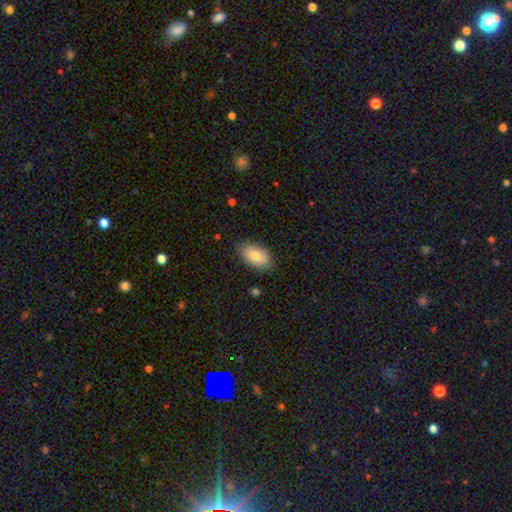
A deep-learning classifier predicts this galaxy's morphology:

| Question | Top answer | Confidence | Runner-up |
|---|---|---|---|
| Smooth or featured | smooth | 82% | featured or disk (12%) |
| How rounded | in between | 93% | round (5%) |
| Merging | none | 83% | minor disturbance (13%) |